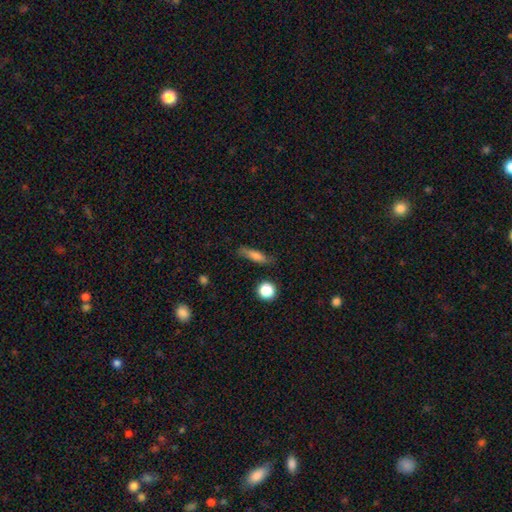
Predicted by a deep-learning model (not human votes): A smooth galaxy with no disk features (70%) that is cigar-shaped (66%). Merging: none (76%).